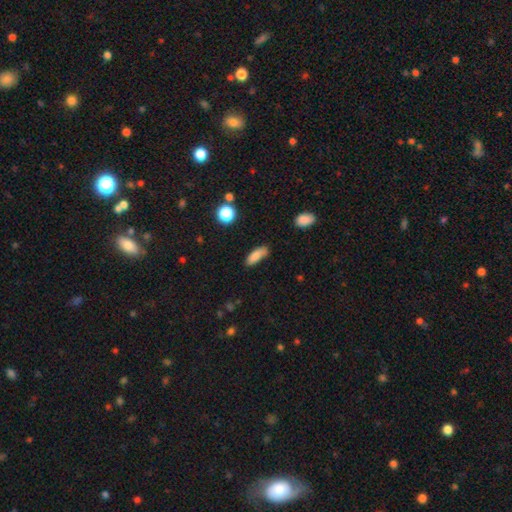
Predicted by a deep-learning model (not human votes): Overall: smooth (83%). How rounded: in between (61%; cigar-shaped 36%). Merging: none (64%; minor disturbance 26%).